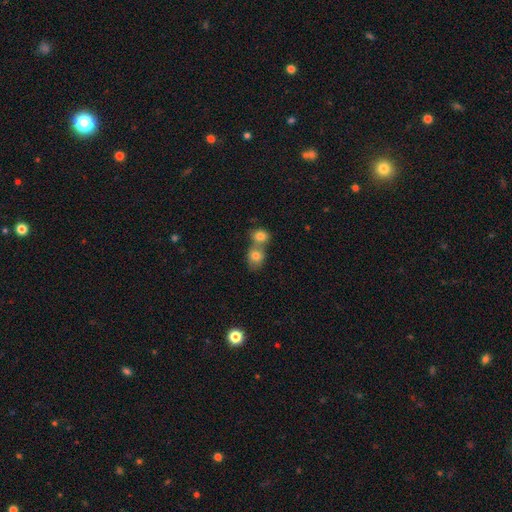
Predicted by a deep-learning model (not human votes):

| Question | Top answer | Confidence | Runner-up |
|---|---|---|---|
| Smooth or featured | smooth | 78% | featured or disk (11%) |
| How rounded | round | 60% | in between (39%) |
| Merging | merger | 57% | none (33%) |